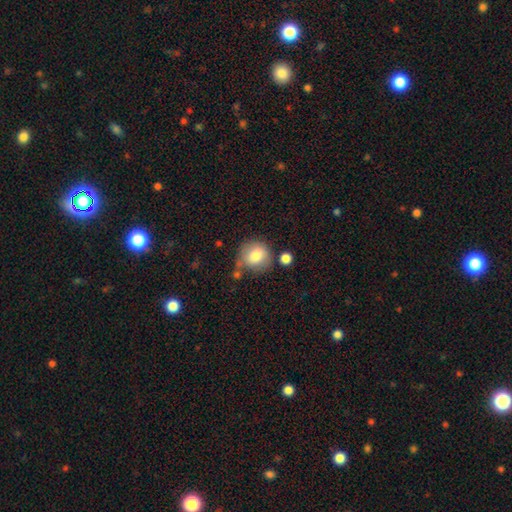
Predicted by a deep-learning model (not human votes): This is likely a smooth galaxy (79%). How rounded: clearly round (87%). Merging: likely none (62%).